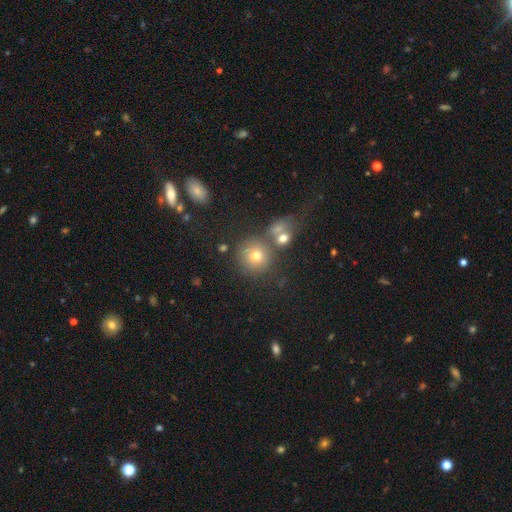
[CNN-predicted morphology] smooth-or-featured: smooth: 71% | star or artifact: 15% | featured or disk: 14%
  how-rounded: round: 90% | in between: 9% | cigar-shaped: 1%
  merging: none: 63% | merger: 20% | minor disturbance: 11% | major disturbance: 6%